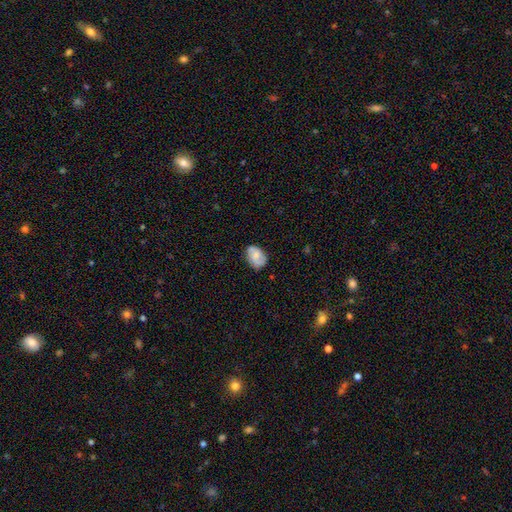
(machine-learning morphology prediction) Q: Smooth or featured?
A: smooth (58%); runner-up: featured or disk (34%)
Q: How rounded?
A: in between (76%); runner-up: round (23%)
Q: Merging?
A: none (73%); runner-up: minor disturbance (20%)